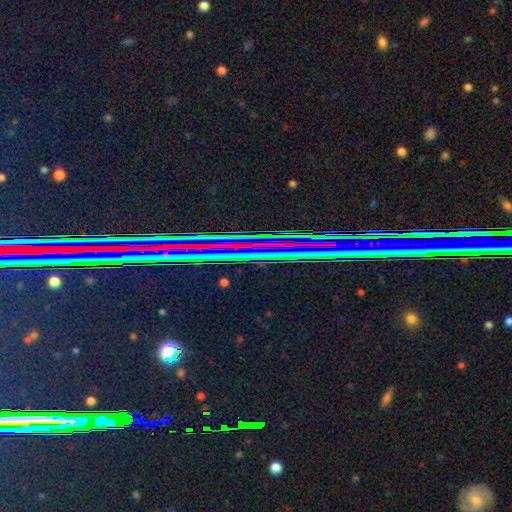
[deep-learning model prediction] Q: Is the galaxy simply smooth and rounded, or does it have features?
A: star or artifact — 86%.